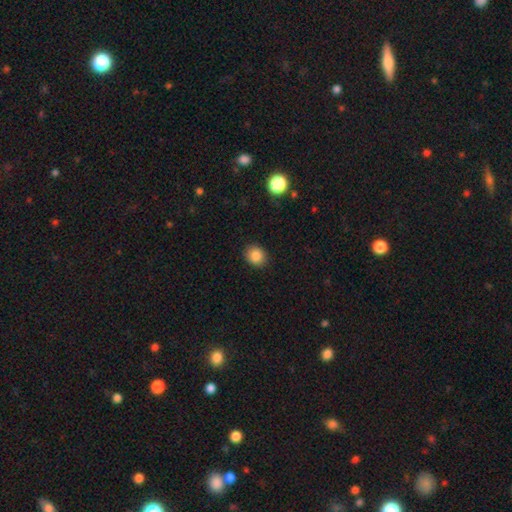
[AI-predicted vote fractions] smooth 85%, star or artifact 10%, featured or disk 5%. Down the decision tree: how rounded — round (69%); merging — none (90%).